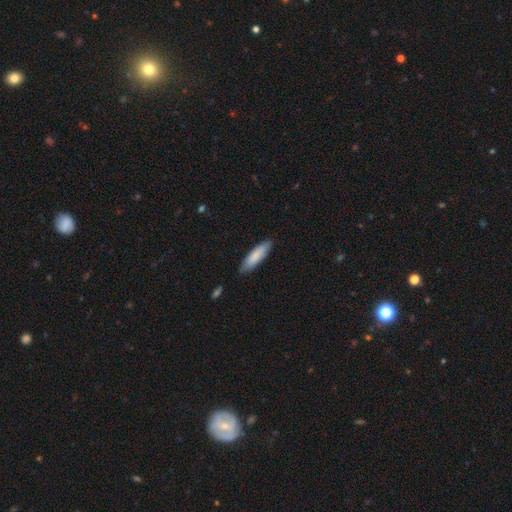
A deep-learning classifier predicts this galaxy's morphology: smooth 83%, featured or disk 12%, star or artifact 5%. Down the decision tree: how rounded — cigar-shaped (61%); merging — none (85%).